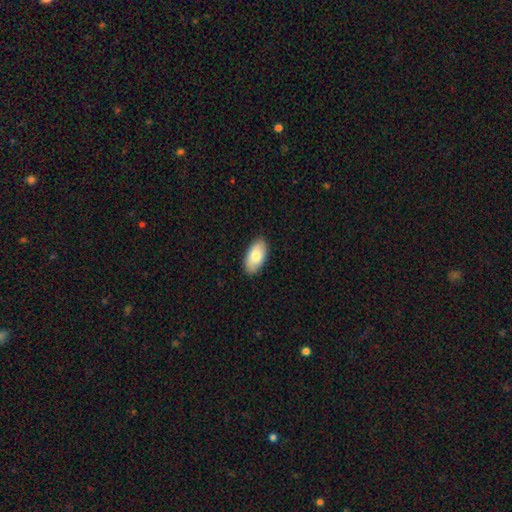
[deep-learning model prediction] The model was most divided on "smooth or featured": smooth: 78%, featured or disk: 17%, star or artifact: 6%. More confident: how rounded — in between (95%); merging — none (88%).